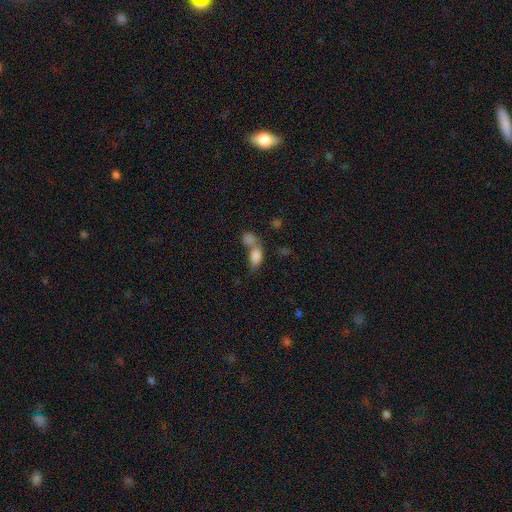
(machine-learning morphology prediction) This appears to be a smooth galaxy with no disk features (82%) that is in between round and cigar-shaped (89%). Merging: merger (59%).